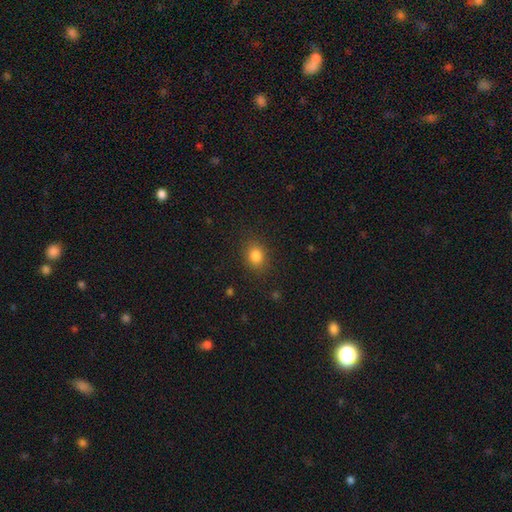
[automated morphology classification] Smooth or featured? Predicted: smooth (p=0.83). How rounded? Predicted: round (p=0.53). Merging? Predicted: none (p=0.86).